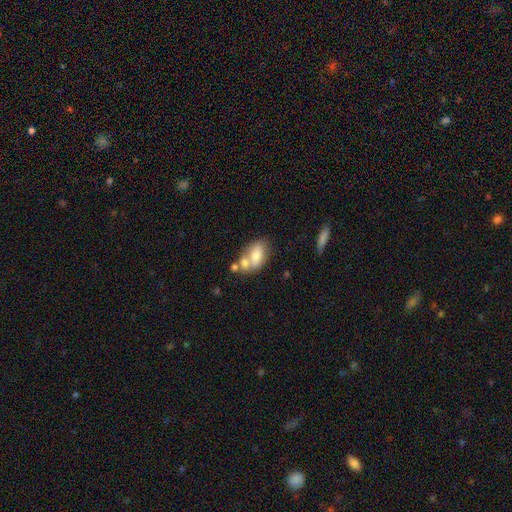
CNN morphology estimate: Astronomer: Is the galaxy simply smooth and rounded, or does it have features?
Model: smooth — 70%.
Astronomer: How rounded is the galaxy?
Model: in between — 87%.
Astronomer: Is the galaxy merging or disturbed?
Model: none — 39% (runner-up: merger, 38%).